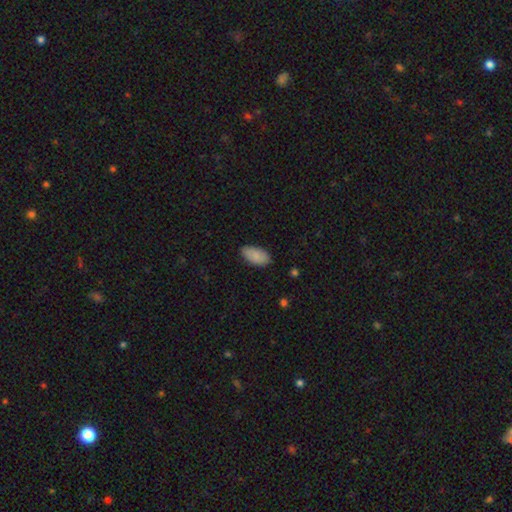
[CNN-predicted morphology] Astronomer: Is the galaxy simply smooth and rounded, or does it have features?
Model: smooth — 87%.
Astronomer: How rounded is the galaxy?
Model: in between — 94%.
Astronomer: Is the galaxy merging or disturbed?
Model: none — 82%.